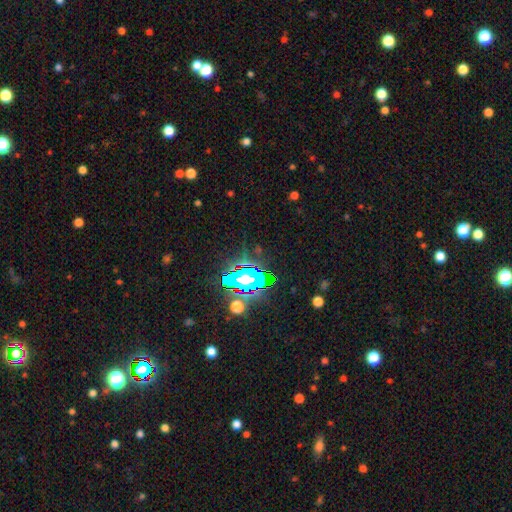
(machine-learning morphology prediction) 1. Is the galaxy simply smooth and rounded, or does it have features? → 82% star or artifact, 10% smooth, 8% featured or disk.